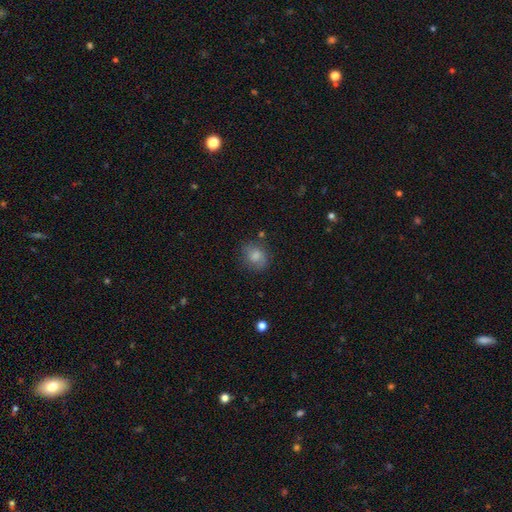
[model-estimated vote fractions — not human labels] Q: Smooth or featured?
A: smooth (80%); runner-up: featured or disk (11%)
Q: How rounded?
A: round (68%); runner-up: in between (31%)
Q: Merging?
A: none (73%); runner-up: minor disturbance (19%)